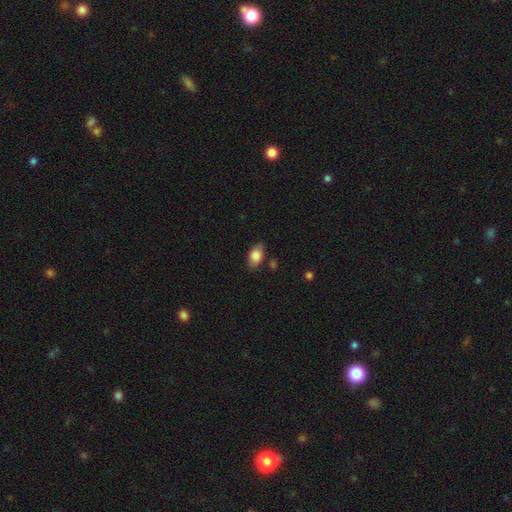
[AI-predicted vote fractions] A smooth galaxy with no disk features (84%) that is in between round and cigar-shaped (86%). Merging: none (78%).